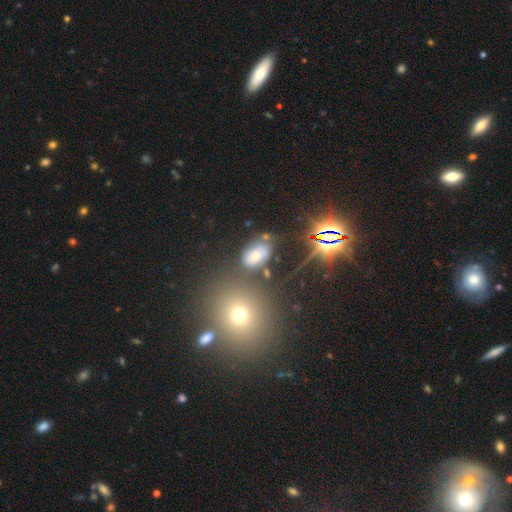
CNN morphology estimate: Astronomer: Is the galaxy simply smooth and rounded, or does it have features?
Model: smooth — 48% (runner-up: featured or disk, 31%).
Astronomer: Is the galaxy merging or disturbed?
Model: none — 60%.